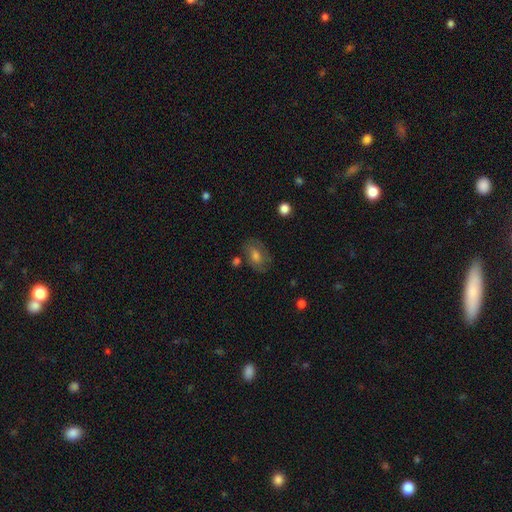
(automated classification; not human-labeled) The model was most divided on "smooth or featured": smooth: 49%, featured or disk: 41%, star or artifact: 11%. More confident: merging — none (68%).